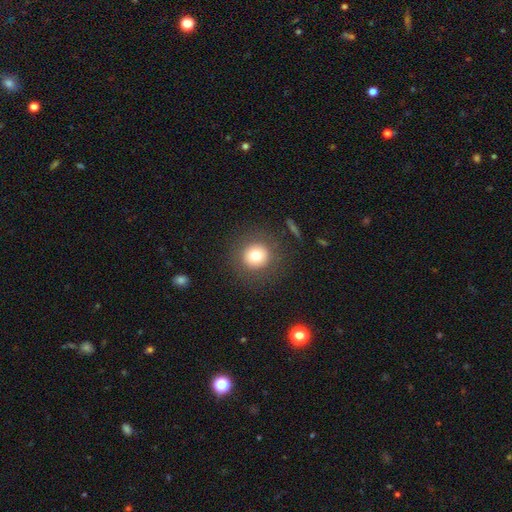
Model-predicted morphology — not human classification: smooth-or-featured: smooth: 74% | featured or disk: 14% | star or artifact: 12%
  how-rounded: round: 94% | in between: 5% | cigar-shaped: 1%
  merging: none: 88% | minor disturbance: 7% | major disturbance: 4% | merger: 1%